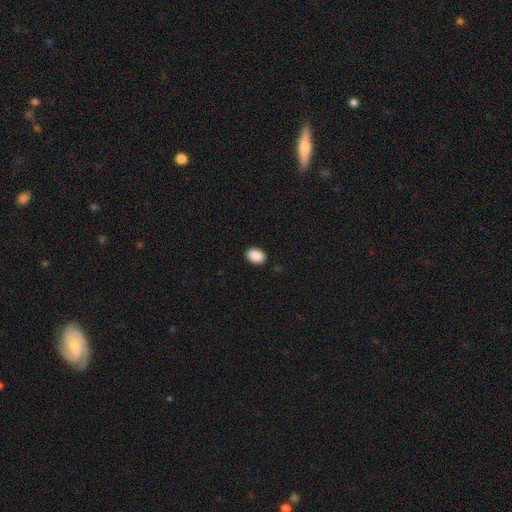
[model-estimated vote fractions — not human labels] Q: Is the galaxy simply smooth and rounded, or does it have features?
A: smooth — 90%.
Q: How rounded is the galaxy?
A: in between — 76%.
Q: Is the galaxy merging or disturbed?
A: none — 90%.